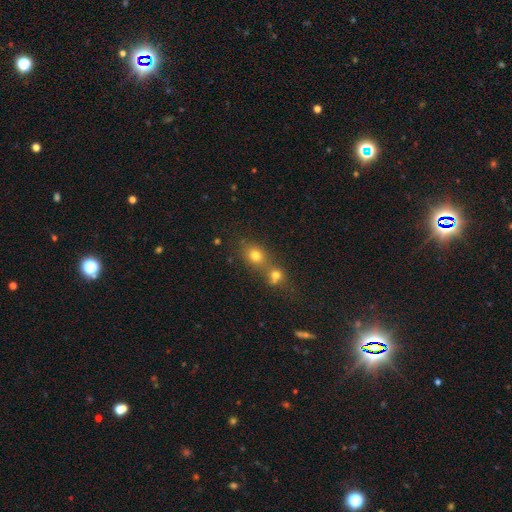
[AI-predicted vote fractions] Overall: smooth (74%). How rounded: round (64%; in between 34%). Merging: merger (47%; none 42%).